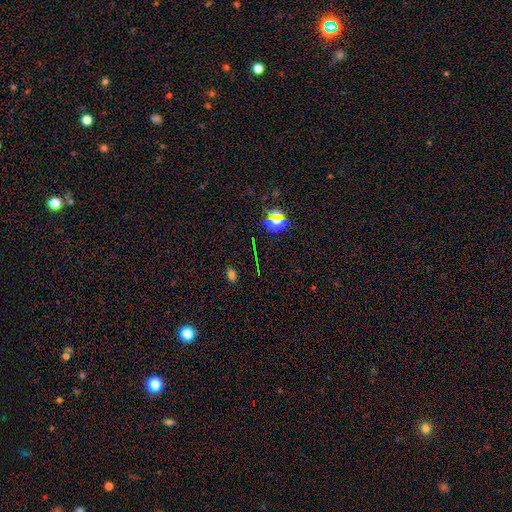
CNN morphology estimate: Overall: star or artifact (59%; smooth 31%).